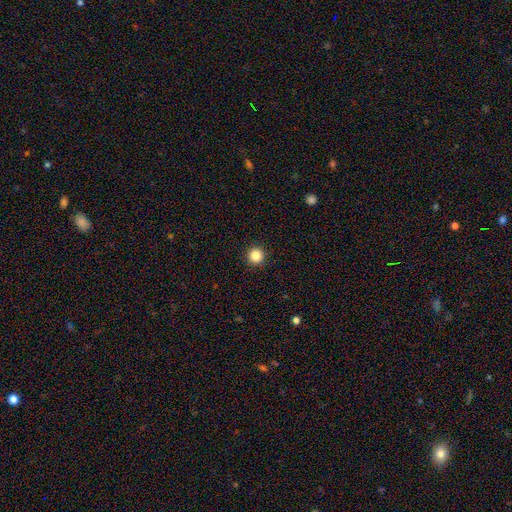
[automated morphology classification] smooth-or-featured: smooth: 85% | star or artifact: 11% | featured or disk: 4%
  how-rounded: round: 96% | in between: 3% | cigar-shaped: 1%
  merging: none: 93% | minor disturbance: 4% | major disturbance: 2% | merger: 1%